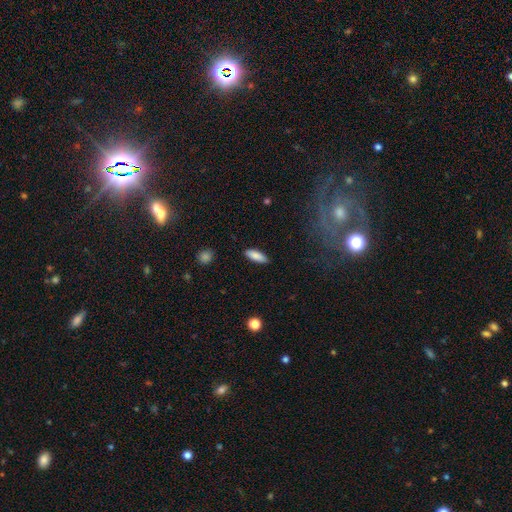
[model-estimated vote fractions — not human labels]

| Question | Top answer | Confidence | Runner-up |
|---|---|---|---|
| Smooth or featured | smooth | 86% | featured or disk (7%) |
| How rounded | in between | 66% | cigar-shaped (33%) |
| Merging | none | 87% | minor disturbance (9%) |